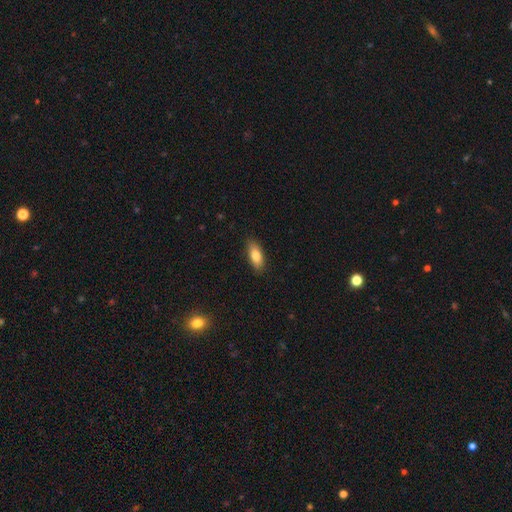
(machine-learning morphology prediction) A smooth galaxy with no disk features (81%) that is in between round and cigar-shaped (80%).

Vote fractions:
- Smooth or featured? smooth: 81% / featured or disk: 12% / star or artifact: 7%
- How rounded? in between: 80% / cigar-shaped: 17% / round: 2%
- Merging? none: 87% / minor disturbance: 10% / major disturbance: 2% / merger: 1%